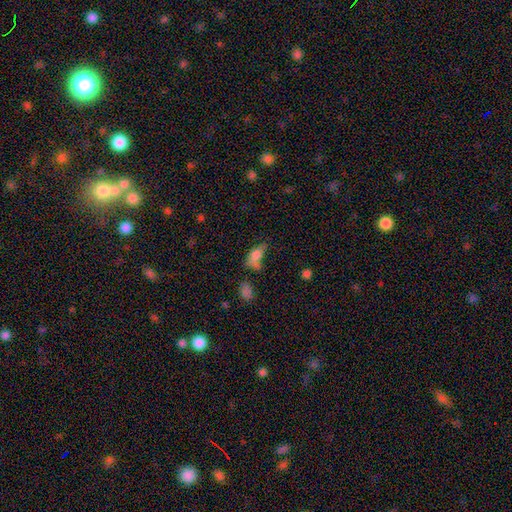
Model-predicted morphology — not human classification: This appears to be a smooth galaxy with no disk features (71%) that is in between round and cigar-shaped (80%). Merging: none (34%).